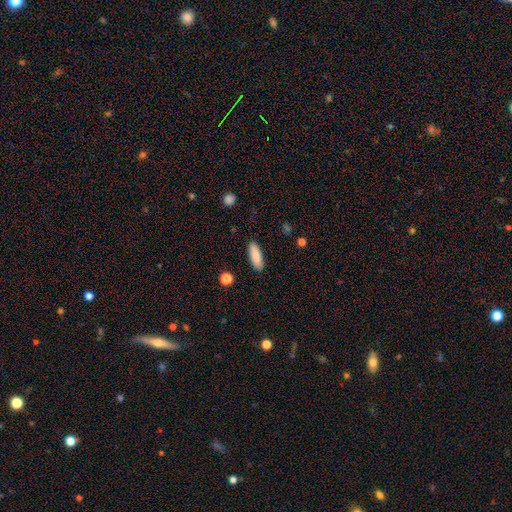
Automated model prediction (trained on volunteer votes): Smooth or featured? smooth (86%)
How rounded? in between (58%)
Merging? none (89%)